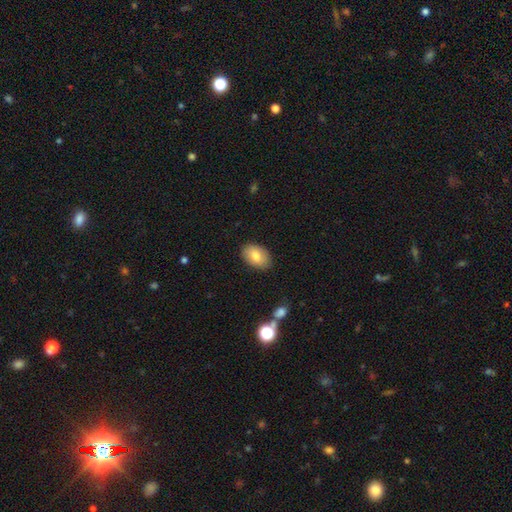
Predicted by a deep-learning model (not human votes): Smooth or featured: smooth — 78% (featured or disk — 14%)
How rounded: in between — 88% (round — 11%)
Merging: none — 86% (minor disturbance — 10%)